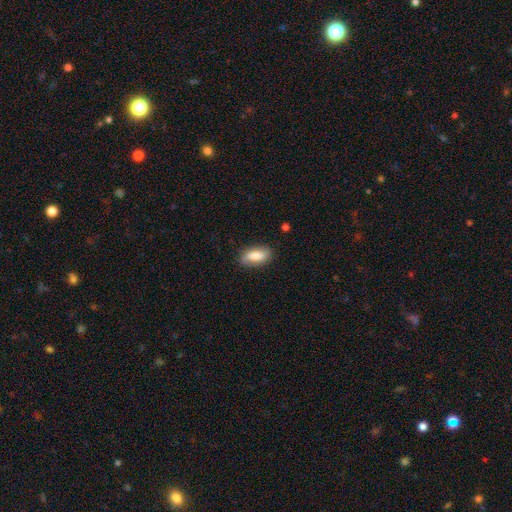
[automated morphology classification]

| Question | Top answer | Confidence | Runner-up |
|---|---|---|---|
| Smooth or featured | smooth | 81% | featured or disk (13%) |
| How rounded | in between | 84% | cigar-shaped (13%) |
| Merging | none | 79% | minor disturbance (16%) |